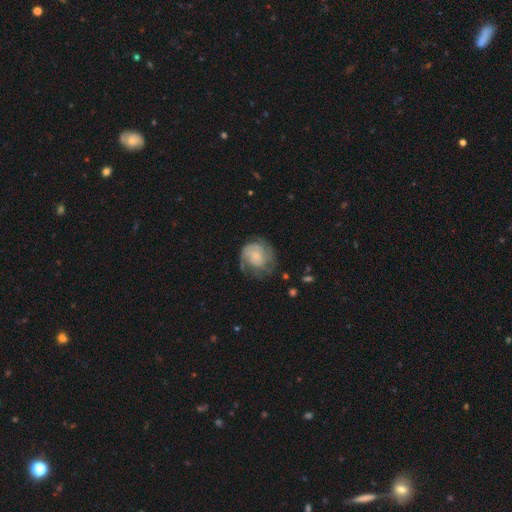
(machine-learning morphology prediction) type=featured or disk (66%); edge-on=no (98%); bar=no (74%); spiral arms=yes (88%); winding=tight (51%); arm count=can't tell (33%); bulge=small (41%); merging=none (60%).